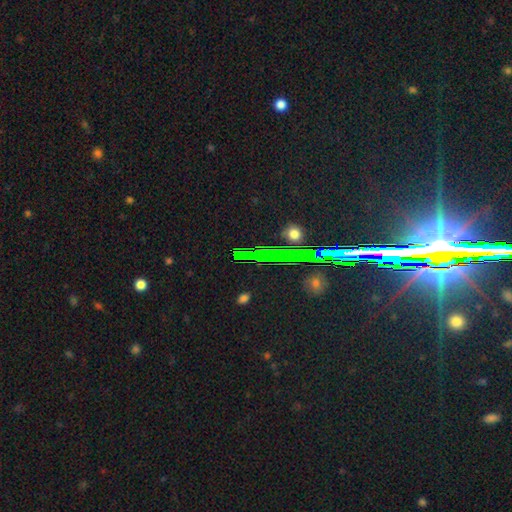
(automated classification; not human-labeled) Smooth or featured?
  - star or artifact: 77% *
  - featured or disk: 15%
  - smooth: 8%